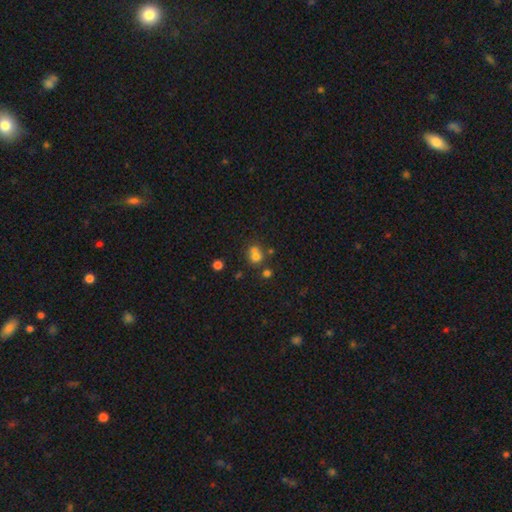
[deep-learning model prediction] The model was most divided on "merging": merger: 45%, none: 42%, minor disturbance: 9%, major disturbance: 4%. More confident: how rounded — round (78%); smooth or featured — smooth (67%).